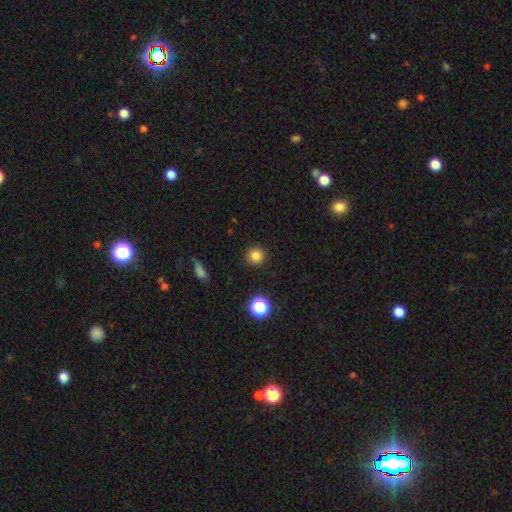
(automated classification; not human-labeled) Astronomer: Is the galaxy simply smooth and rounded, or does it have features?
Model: smooth — 83%.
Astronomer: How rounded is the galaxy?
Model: round — 94%.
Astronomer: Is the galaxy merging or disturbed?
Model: none — 91%.